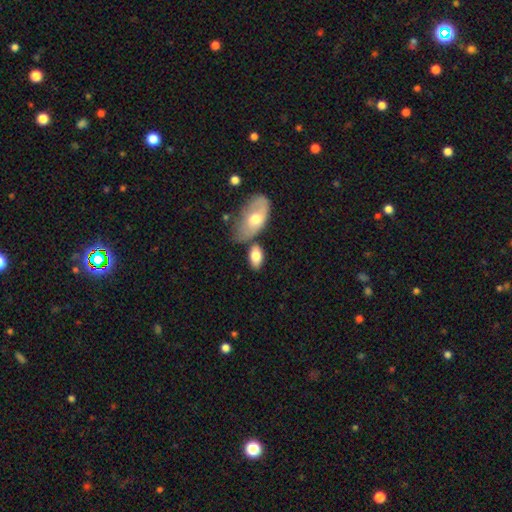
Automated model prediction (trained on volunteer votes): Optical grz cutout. It shows a smooth galaxy with no disk features (77%) that is in between round and cigar-shaped (91%). Merging: none (54%).